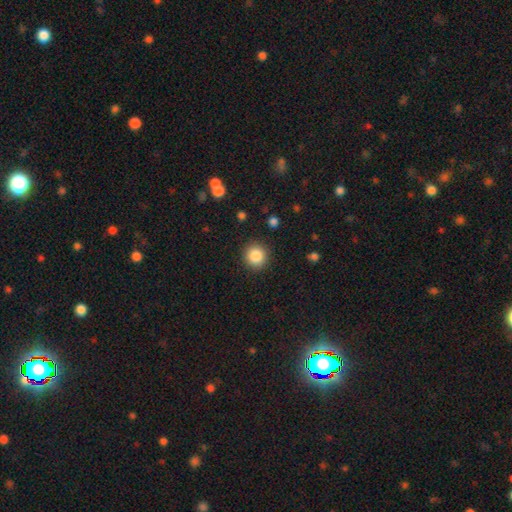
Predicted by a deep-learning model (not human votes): This appears to be a smooth galaxy with no disk features (86%) that is round (93%). Merging: none (91%).